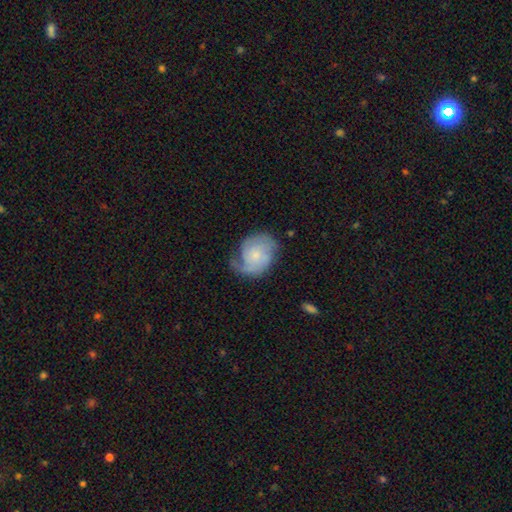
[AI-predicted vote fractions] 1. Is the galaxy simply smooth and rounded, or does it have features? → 68% featured or disk, 26% smooth, 6% star or artifact.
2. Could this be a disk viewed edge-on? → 98% no, 2% yes.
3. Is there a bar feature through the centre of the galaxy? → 74% no, 23% weak, 3% strong.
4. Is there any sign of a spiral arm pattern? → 92% yes, 8% no.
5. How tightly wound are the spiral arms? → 40% medium, 38% tight, 22% loose.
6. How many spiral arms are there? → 50% 2, 18% 1, 17% can't tell, 10% 3, 3% 4, 3% more than 4.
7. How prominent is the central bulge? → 60% small, 26% moderate, 9% none, 3% large, 1% dominant.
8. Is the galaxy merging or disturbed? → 54% none, 27% minor disturbance, 17% major disturbance, 2% merger.